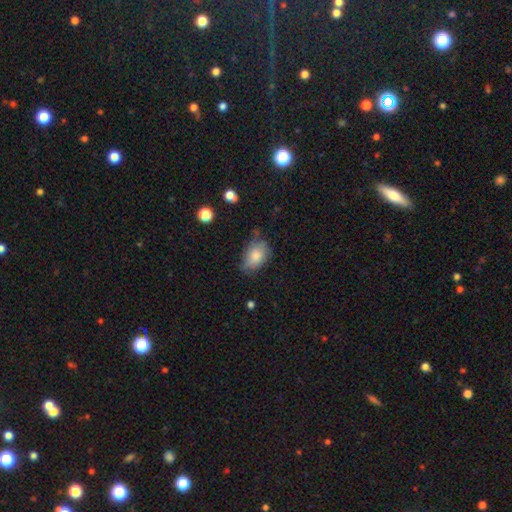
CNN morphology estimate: Smooth or featured?
  - smooth: 78% *
  - featured or disk: 14%
  - star or artifact: 8%
How rounded?
  - in between: 81% *
  - round: 17%
  - cigar-shaped: 1%
Merging?
  - none: 52% *
  - minor disturbance: 35%
  - major disturbance: 10%
  - merger: 3%